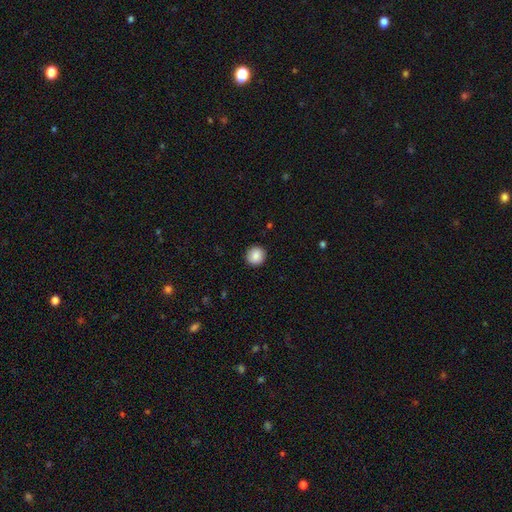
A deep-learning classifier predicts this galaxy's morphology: This is clearly a smooth galaxy (88%). How rounded: clearly round (93%). Merging: clearly none (92%).